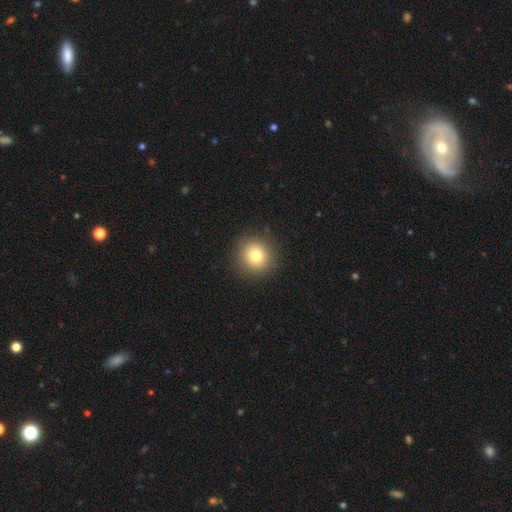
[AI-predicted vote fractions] This appears to be a smooth galaxy with no disk features (79%) that is round (93%). Merging: none (91%).